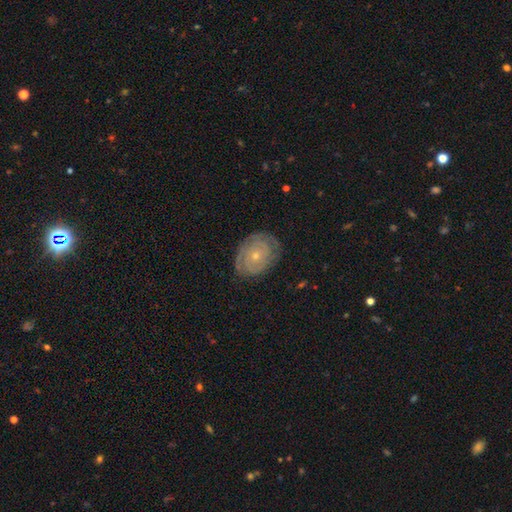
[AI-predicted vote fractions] featured or disk 77%, smooth 16%, star or artifact 6%. Down the decision tree: edge-on disk — no (97%); bar — no (81%); spiral arms — yes (88%); spiral arm count — 2 (39%); spiral winding — tight (79%); bulge size — small (68%); merging — none (78%).